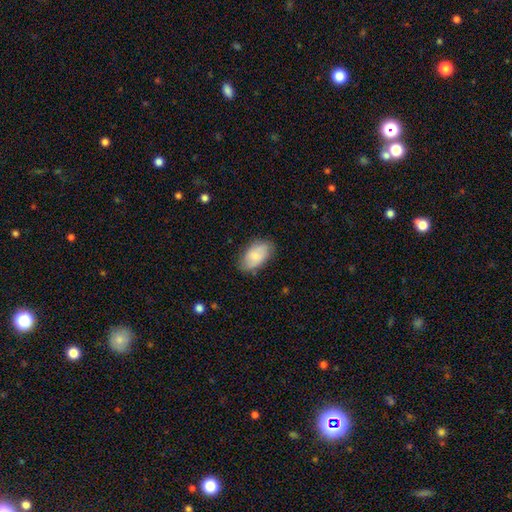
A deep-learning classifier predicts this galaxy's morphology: This appears to be a smooth galaxy with no disk features (76%) that is in between round and cigar-shaped (94%). Merging: none (76%).